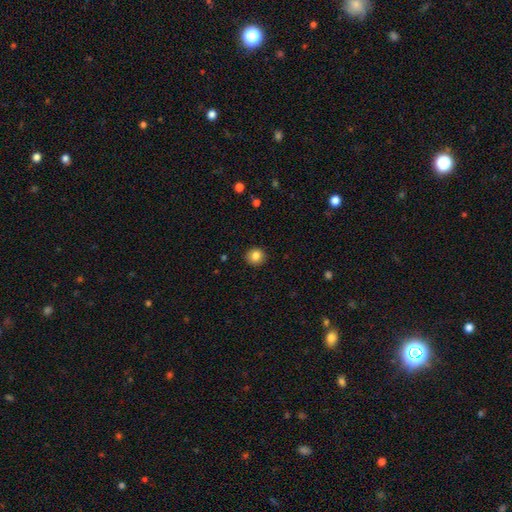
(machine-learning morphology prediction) type=smooth (83%); roundness=round (87%); merging=none (91%).